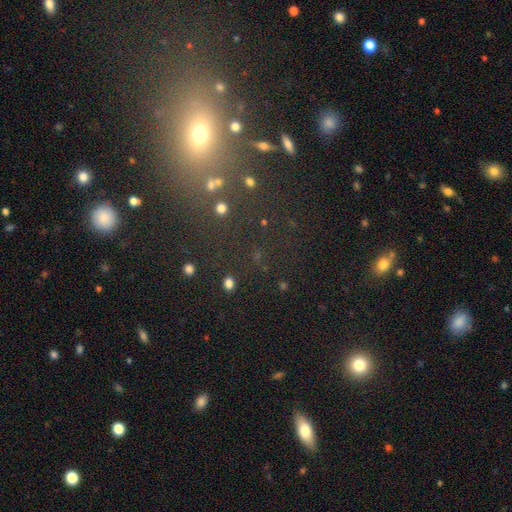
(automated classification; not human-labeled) Smooth or featured? Predicted: star or artifact (p=0.46).